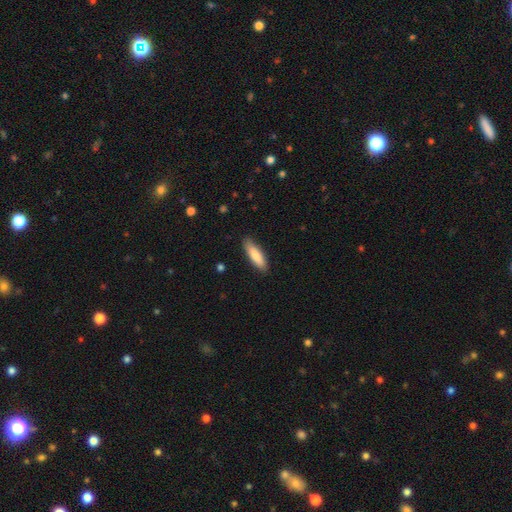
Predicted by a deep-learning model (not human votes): This is clearly a smooth galaxy (84%). How rounded: possibly cigar-shaped (56%). Merging: clearly none (86%).